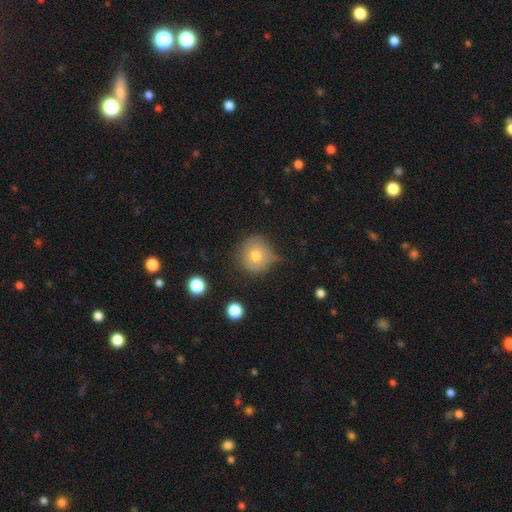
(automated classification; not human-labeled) A smooth galaxy with no disk features (74%) that is round (91%).

Vote fractions:
- Smooth or featured? smooth: 74% / featured or disk: 16% / star or artifact: 10%
- How rounded? round: 91% / in between: 8% / cigar-shaped: 1%
- Merging? none: 59% / minor disturbance: 28% / major disturbance: 9% / merger: 4%